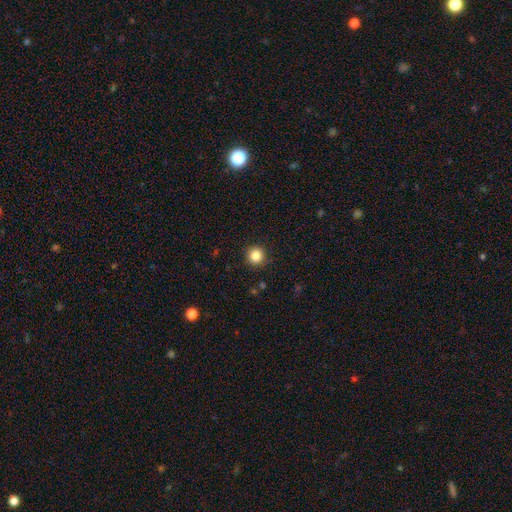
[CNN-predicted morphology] This appears to be a smooth galaxy with no disk features (84%) that is round (95%). Merging: none (91%).